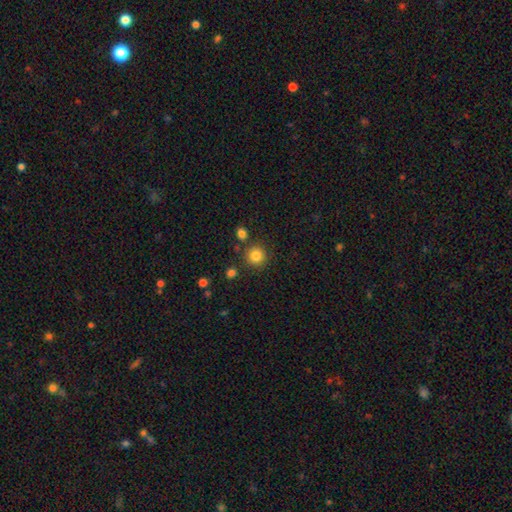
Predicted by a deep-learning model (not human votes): smooth_or_featured: smooth (p=0.83) [alt: star or artifact p=0.12]
how_rounded: round (p=0.93) [alt: in between p=0.06]
merging: none (p=0.84) [alt: minor disturbance p=0.07]